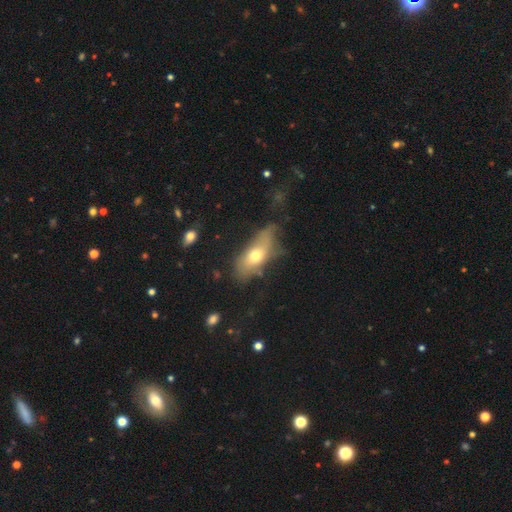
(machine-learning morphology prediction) This is possibly a smooth galaxy (60%). How rounded: likely in between (78%). Merging: marginally none (41%).